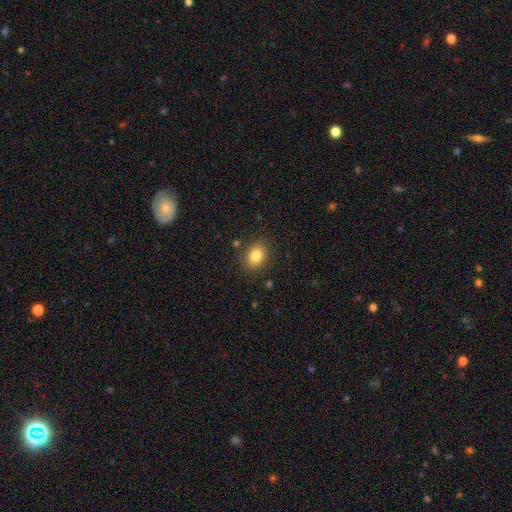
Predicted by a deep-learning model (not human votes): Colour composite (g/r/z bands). It shows a smooth galaxy with no disk features (84%) that is in between round and cigar-shaped (64%). Merging: none (84%).